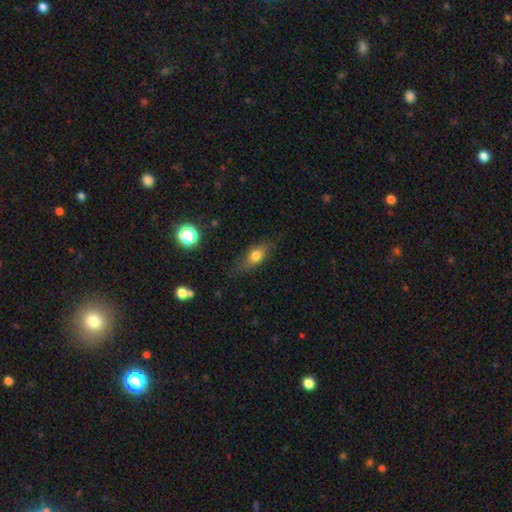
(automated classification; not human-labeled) This is likely a smooth galaxy (63%). How rounded: likely in between (66%). Merging: likely none (75%).